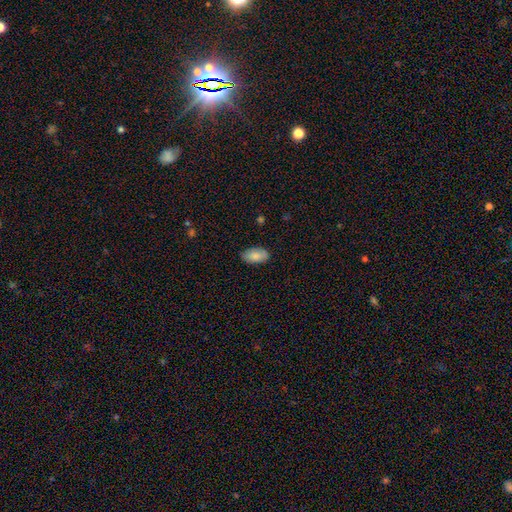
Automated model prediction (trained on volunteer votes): This appears to be a smooth galaxy with no disk features (84%) that is in between round and cigar-shaped (95%). Merging: none (83%).